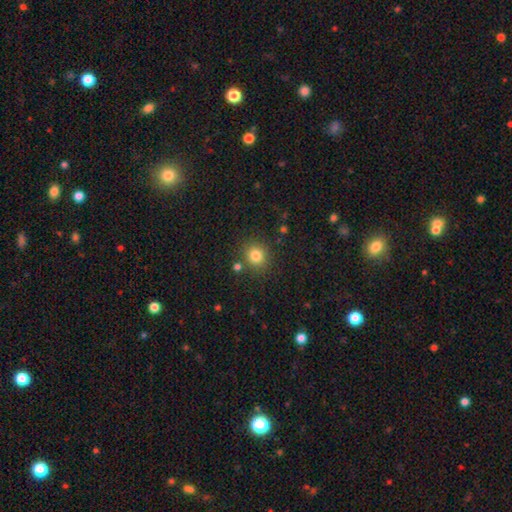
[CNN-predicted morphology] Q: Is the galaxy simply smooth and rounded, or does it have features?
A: smooth — 81%.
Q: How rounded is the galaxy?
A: round — 87%.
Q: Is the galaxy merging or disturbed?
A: none — 83%.